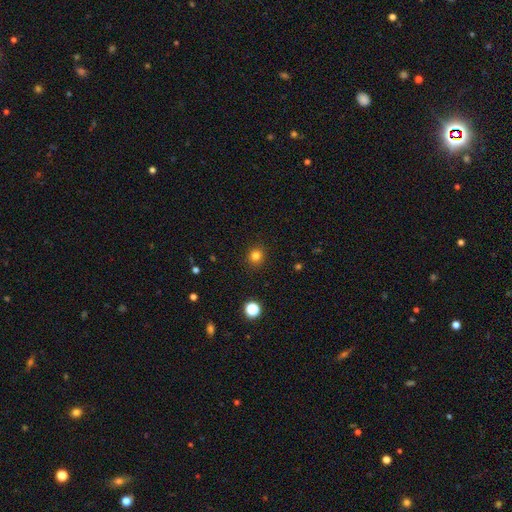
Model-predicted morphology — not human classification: smooth 81%, star or artifact 14%, featured or disk 5%. Down the decision tree: how rounded — round (88%); merging — none (91%).